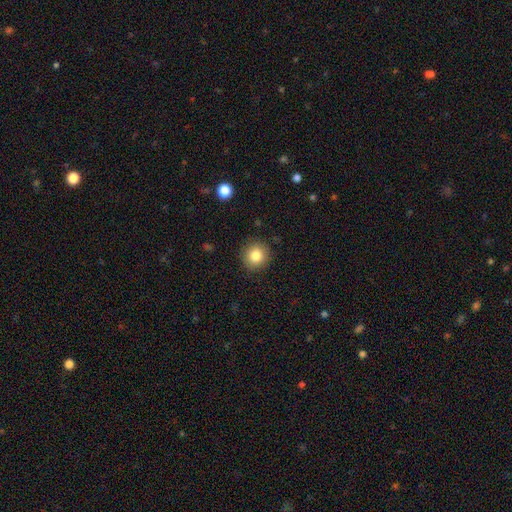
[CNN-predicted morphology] A smooth galaxy with no disk features (83%) that is round (92%).

Vote fractions:
- Smooth or featured? smooth: 83% / star or artifact: 10% / featured or disk: 7%
- How rounded? round: 92% / in between: 7% / cigar-shaped: 1%
- Merging? none: 90% / minor disturbance: 7% / major disturbance: 2% / merger: 1%